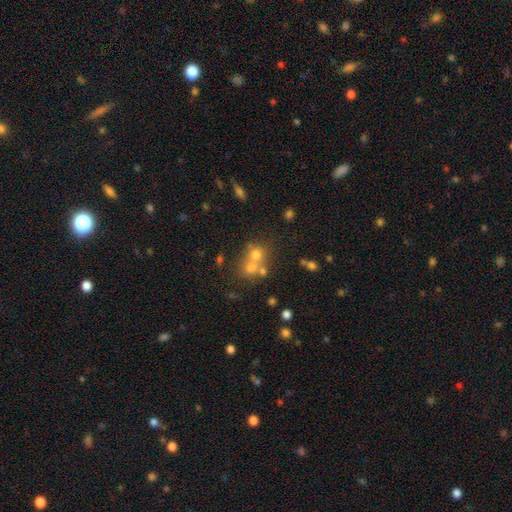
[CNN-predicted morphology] smooth_or_featured: smooth (p=0.57) [alt: star or artifact p=0.22]
how_rounded: round (p=0.78) [alt: in between p=0.21]
merging: merger (p=0.54) [alt: none p=0.36]